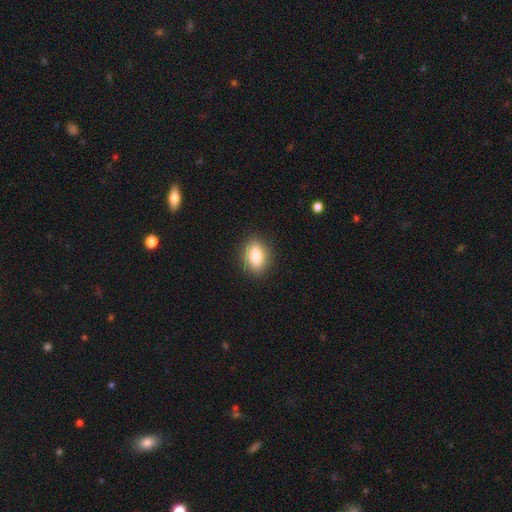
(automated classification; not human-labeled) smooth_or_featured: smooth (p=0.83) [alt: featured or disk p=0.09]
how_rounded: in between (p=0.82) [alt: round p=0.13]
merging: none (p=0.87) [alt: minor disturbance p=0.10]